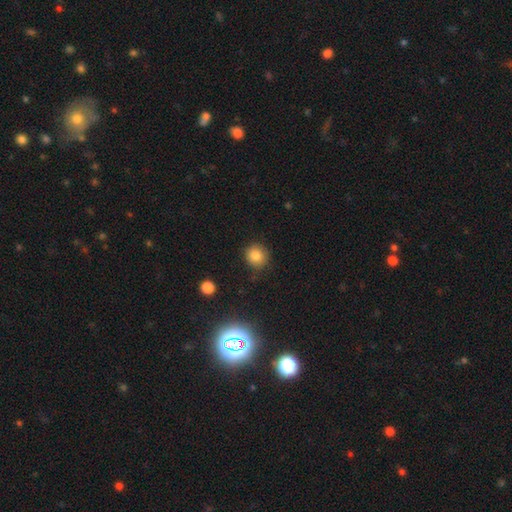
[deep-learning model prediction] Overall: smooth (83%). How rounded: round (88%). Merging: none (85%).